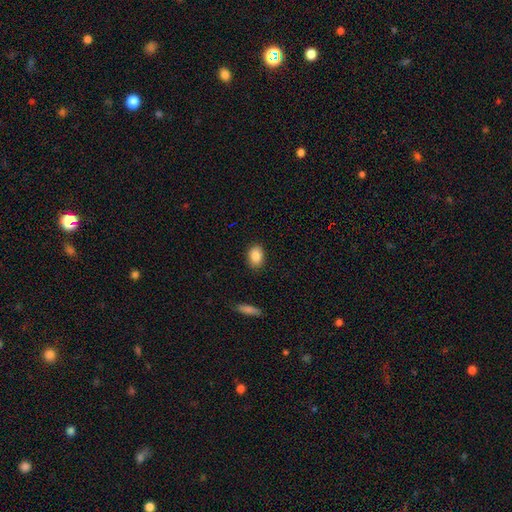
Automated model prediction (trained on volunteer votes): Q: Smooth or featured?
A: smooth (87%); runner-up: star or artifact (8%)
Q: How rounded?
A: in between (75%); runner-up: round (23%)
Q: Merging?
A: none (86%); runner-up: minor disturbance (10%)